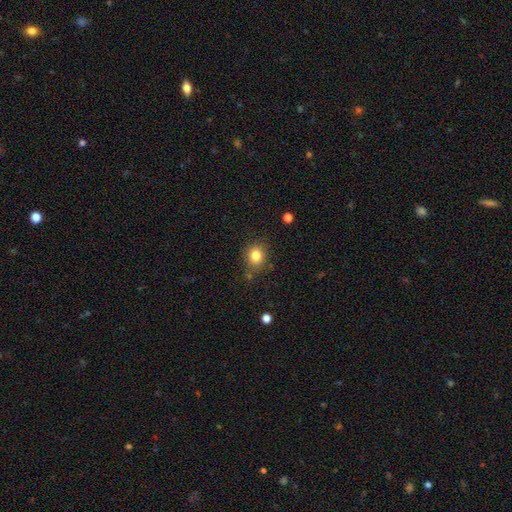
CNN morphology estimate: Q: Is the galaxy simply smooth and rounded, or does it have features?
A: smooth — 82%.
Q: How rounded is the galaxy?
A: round — 75%.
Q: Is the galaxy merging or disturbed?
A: none — 79%.